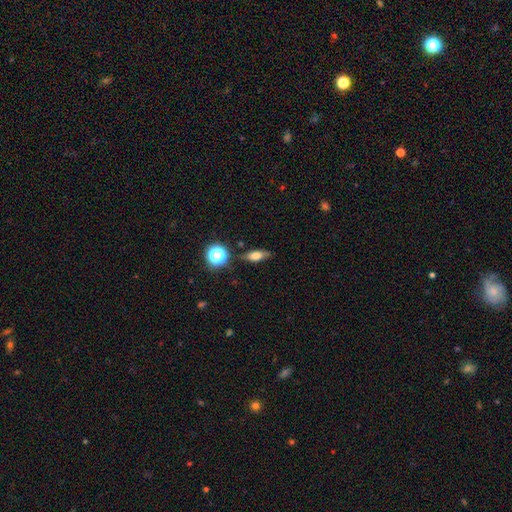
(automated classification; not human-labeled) Morphology: type=smooth (62%); roundness=in between (61%); merging=none (78%).